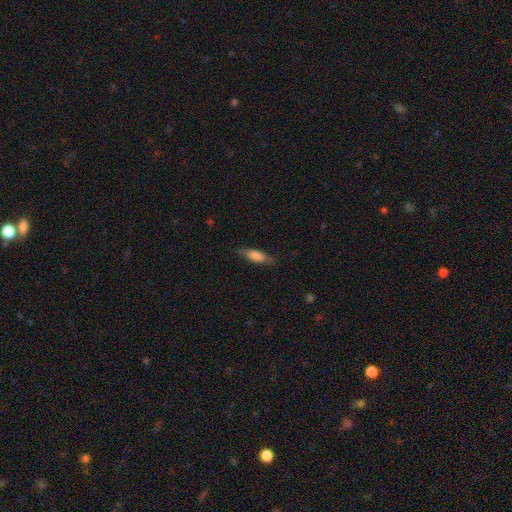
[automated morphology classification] A smooth galaxy with no disk features (75%) that is in between round and cigar-shaped (53%). Merging: none (78%).